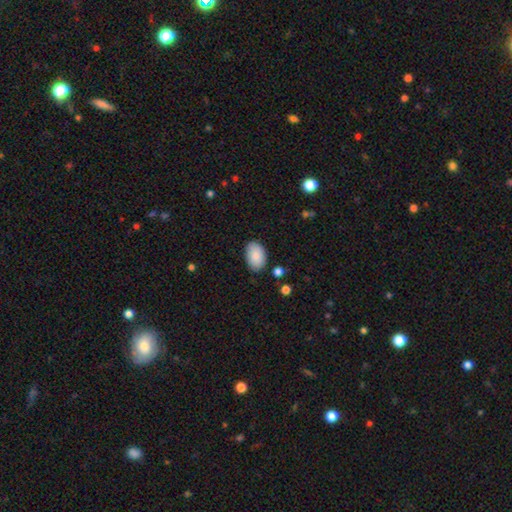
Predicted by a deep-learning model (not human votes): A smooth galaxy with no disk features (87%) that is in between round and cigar-shaped (91%). Merging: none (83%).